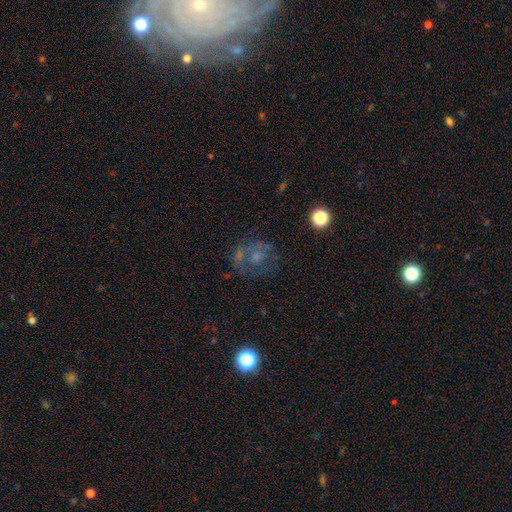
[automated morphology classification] A featured or disk galaxy (55%) with no bar (83%), no spiral arms (62%) and a small central bulge (38%).

Vote fractions:
- Smooth or featured? featured or disk: 55% / smooth: 29% / star or artifact: 16%
- Edge-on disk? no: 98% / yes: 2%
- Bar? no: 83% / weak: 14% / strong: 3%
- Spiral arms? no: 62% / yes: 38%
- Bulge size? small: 38% / moderate: 34% / none: 22% / large: 4% / dominant: 2%
- Merging? none: 56% / major disturbance: 21% / minor disturbance: 18% / merger: 5%